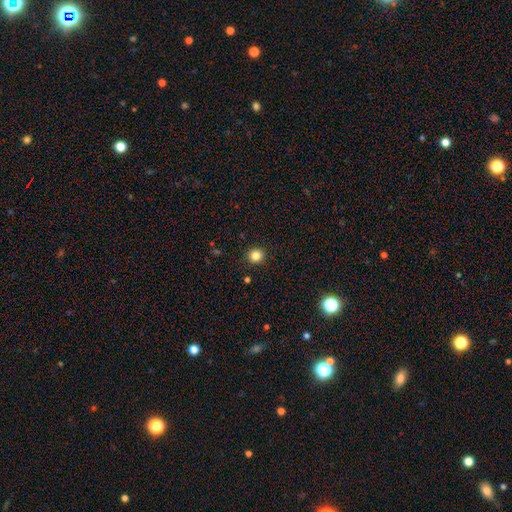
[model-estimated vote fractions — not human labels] Smooth or featured? smooth (84%)
How rounded? round (91%)
Merging? none (92%)